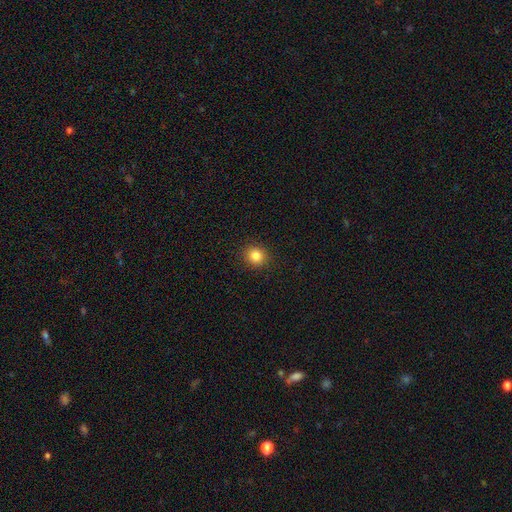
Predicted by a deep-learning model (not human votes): This is clearly a smooth galaxy (83%). How rounded: clearly round (88%). Merging: clearly none (91%).